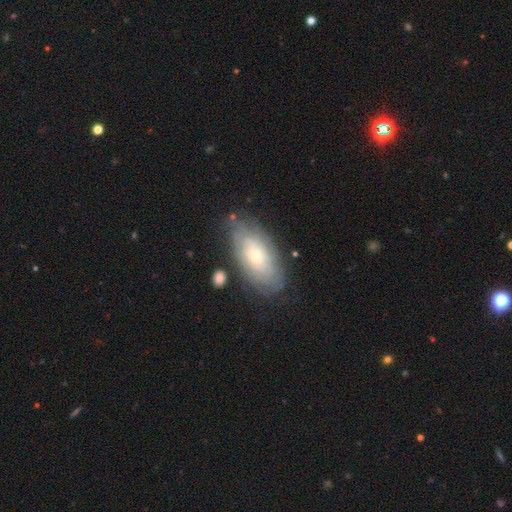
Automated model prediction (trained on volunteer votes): smooth-or-featured: featured or disk: 62% | smooth: 32% | star or artifact: 7%
  disk-edge-on: no: 91% | yes: 9%
    bar: no: 80% | weak: 17% | strong: 3%
    has-spiral-arms: yes: 74% | no: 26%
    bulge-size: small: 56% | moderate: 38% | large: 3% | none: 1% | dominant: 1%
  merging: none: 72% | minor disturbance: 19% | major disturbance: 6% | merger: 3%